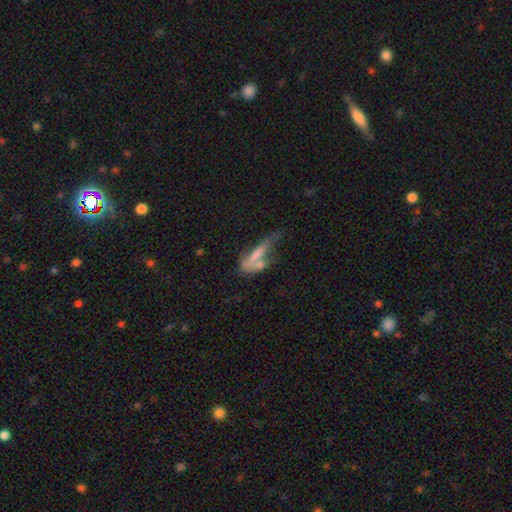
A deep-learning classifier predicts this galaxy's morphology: This is possibly a smooth galaxy (51%). How rounded: likely cigar-shaped (68%). Merging: marginally merger (32%).